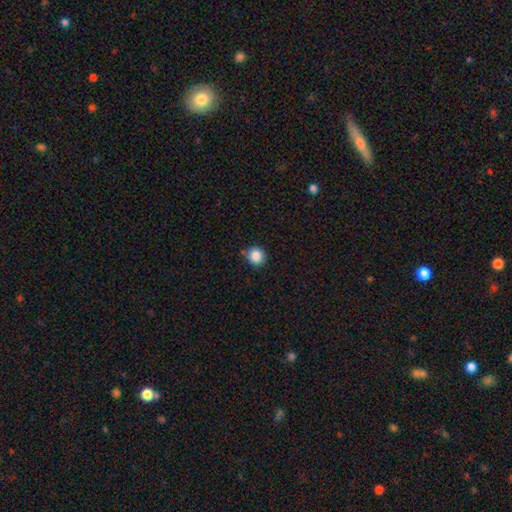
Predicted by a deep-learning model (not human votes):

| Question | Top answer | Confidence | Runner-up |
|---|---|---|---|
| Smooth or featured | smooth | 86% | star or artifact (10%) |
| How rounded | round | 89% | in between (10%) |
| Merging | none | 82% | minor disturbance (12%) |